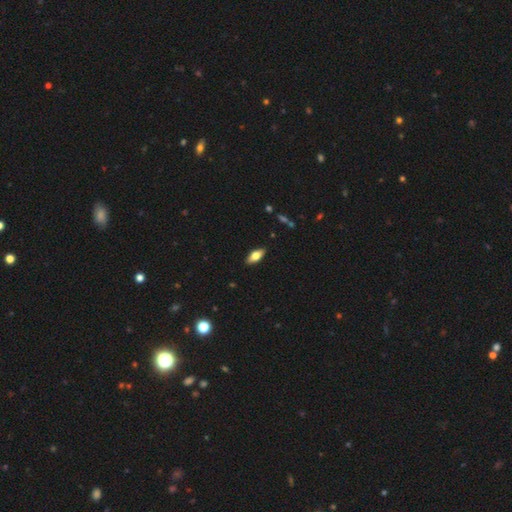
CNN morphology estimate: Smooth or featured? smooth (64%)
How rounded? in between (82%)
Merging? none (89%)